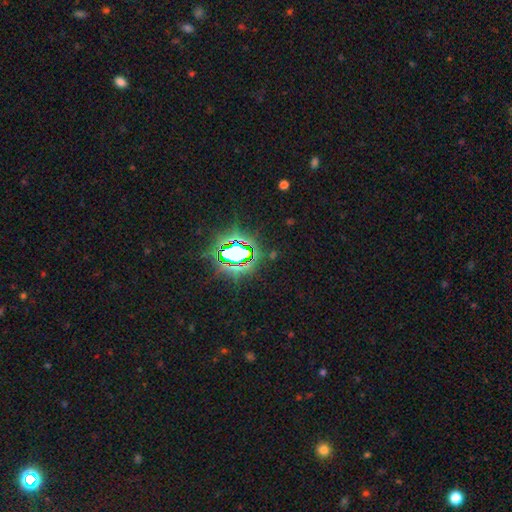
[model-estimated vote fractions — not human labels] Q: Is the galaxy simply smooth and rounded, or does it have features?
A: star or artifact — 83%.